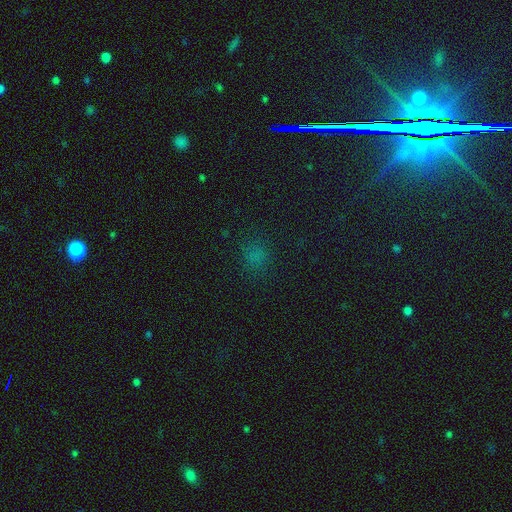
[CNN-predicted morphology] Smooth or featured? smooth (59%)
How rounded? round (75%)
Merging? none (82%)